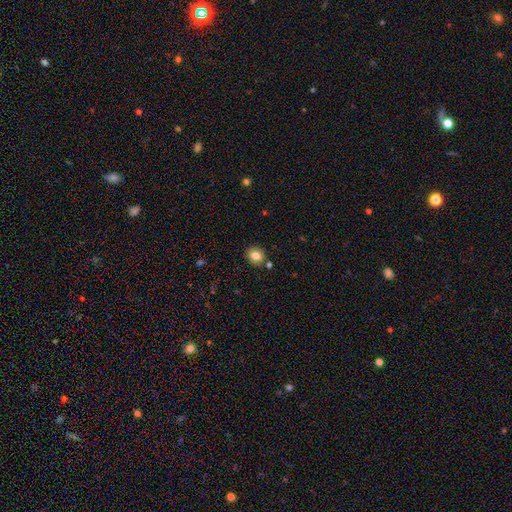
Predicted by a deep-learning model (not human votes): Overall: smooth (81%). How rounded: round (68%; in between 31%). Merging: none (84%).